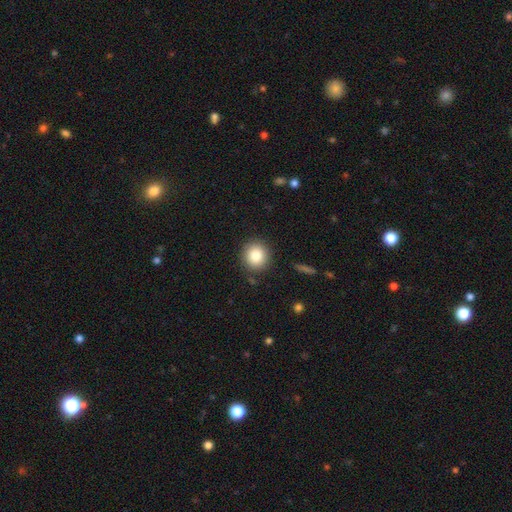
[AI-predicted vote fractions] This is clearly a smooth galaxy (84%). How rounded: clearly round (89%). Merging: clearly none (88%).